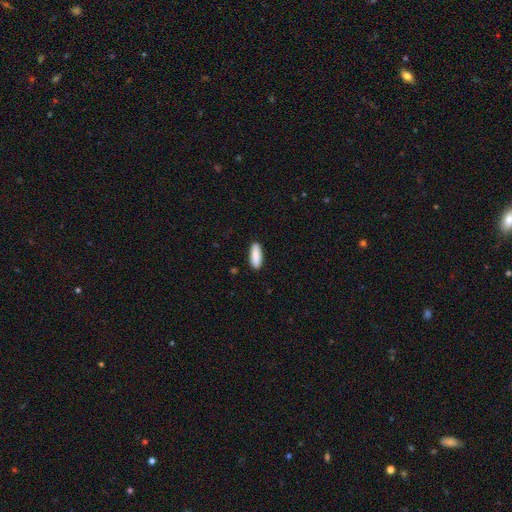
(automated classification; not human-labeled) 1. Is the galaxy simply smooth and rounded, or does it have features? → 89% smooth, 6% star or artifact, 6% featured or disk.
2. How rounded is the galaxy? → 64% in between, 34% cigar-shaped, 2% round.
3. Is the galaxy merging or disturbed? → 89% none, 8% minor disturbance, 2% major disturbance, 1% merger.